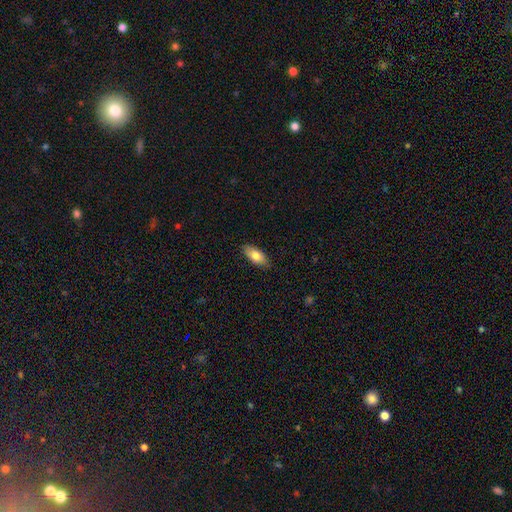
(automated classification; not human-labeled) A smooth galaxy with no disk features (78%) that is in between round and cigar-shaped (88%). Merging: none (86%).